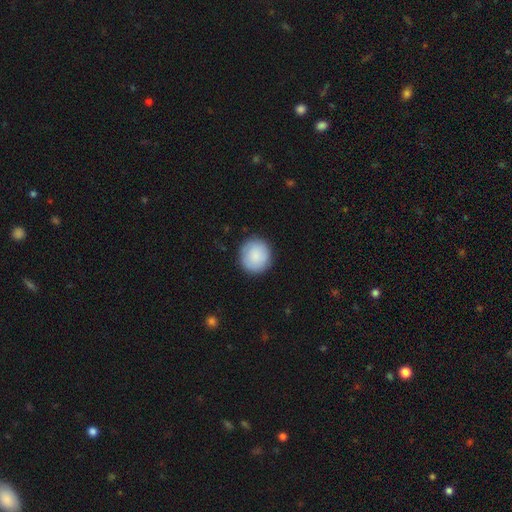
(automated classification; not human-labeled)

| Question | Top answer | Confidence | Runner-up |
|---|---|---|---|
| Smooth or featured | smooth | 86% | featured or disk (8%) |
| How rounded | round | 92% | in between (7%) |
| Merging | none | 88% | minor disturbance (8%) |